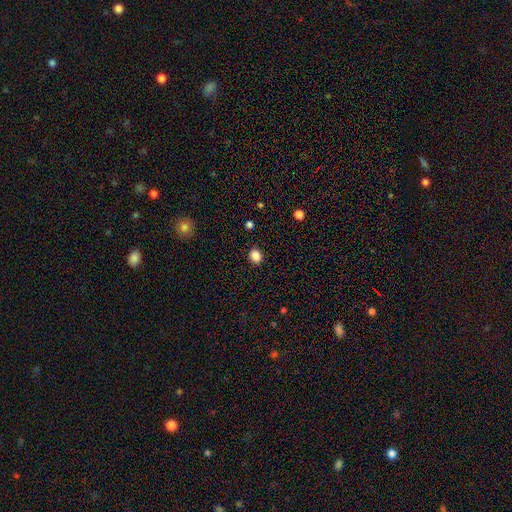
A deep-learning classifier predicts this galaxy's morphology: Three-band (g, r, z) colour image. It shows a smooth galaxy with no disk features (86%) that is in between round and cigar-shaped (55%). Merging: none (89%).